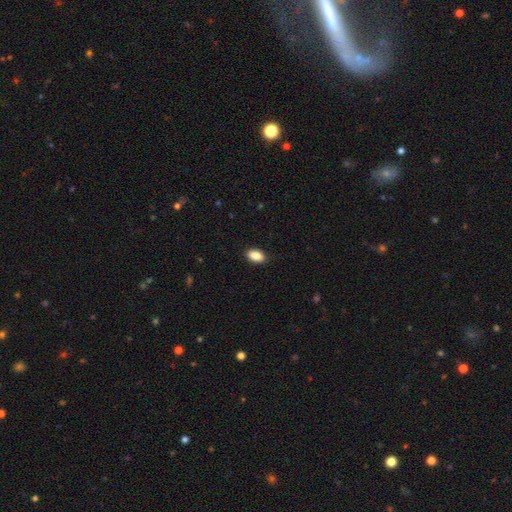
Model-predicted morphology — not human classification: Smooth or featured: smooth — 88% (star or artifact — 7%)
How rounded: in between — 92% (round — 6%)
Merging: none — 88% (minor disturbance — 9%)